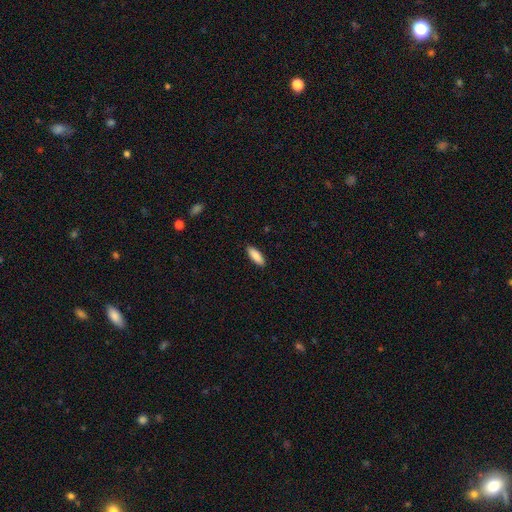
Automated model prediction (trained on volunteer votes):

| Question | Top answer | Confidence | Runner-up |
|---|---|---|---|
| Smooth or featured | smooth | 89% | star or artifact (6%) |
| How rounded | in between | 65% | cigar-shaped (33%) |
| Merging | none | 89% | minor disturbance (8%) |